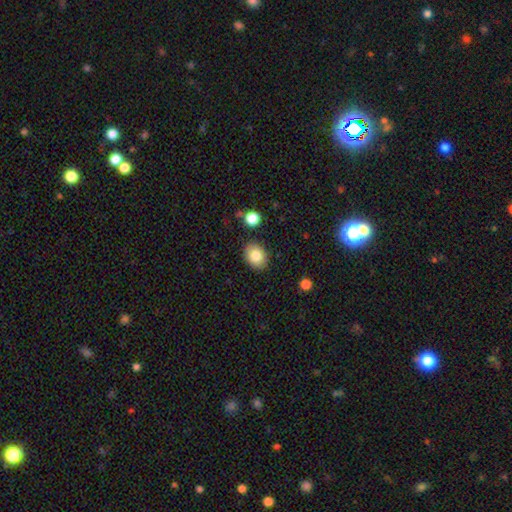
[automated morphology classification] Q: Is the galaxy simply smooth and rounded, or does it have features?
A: smooth — 82%.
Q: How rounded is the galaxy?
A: in between — 66%.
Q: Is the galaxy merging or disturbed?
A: none — 86%.